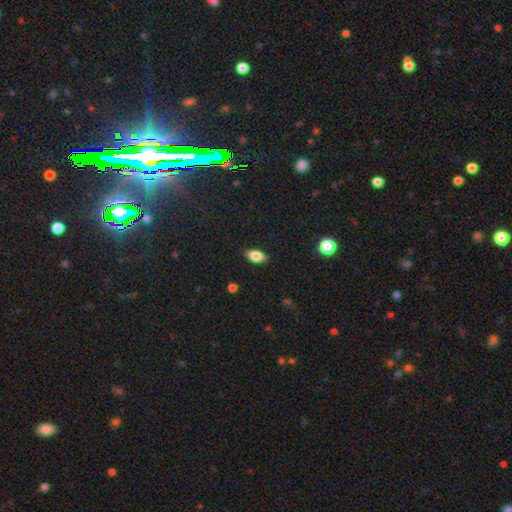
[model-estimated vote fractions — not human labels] Smooth or featured? smooth (83%)
How rounded? in between (90%)
Merging? none (86%)